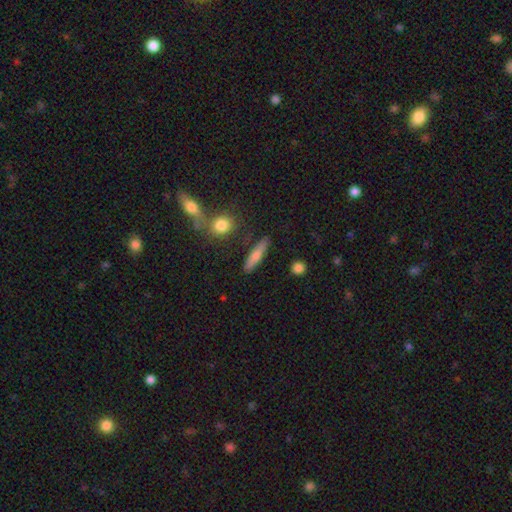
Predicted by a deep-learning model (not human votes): Morphology: type=smooth (72%); roundness=cigar-shaped (78%); merging=none (85%).